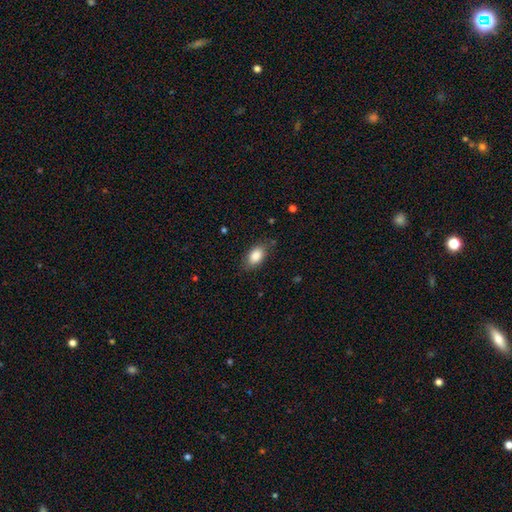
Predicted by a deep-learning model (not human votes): Q: Smooth or featured?
A: smooth (86%); runner-up: star or artifact (7%)
Q: How rounded?
A: in between (91%); runner-up: round (6%)
Q: Merging?
A: none (80%); runner-up: minor disturbance (15%)